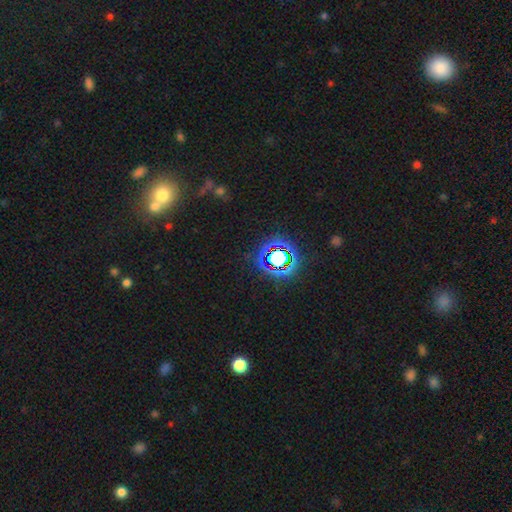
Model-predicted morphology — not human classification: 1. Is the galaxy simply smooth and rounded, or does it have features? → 53% star or artifact, 34% smooth, 13% featured or disk.